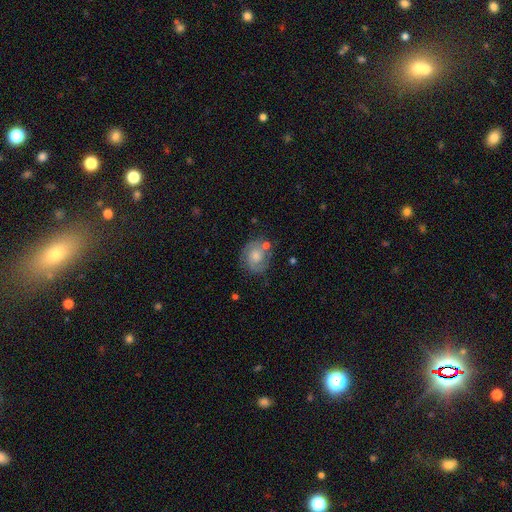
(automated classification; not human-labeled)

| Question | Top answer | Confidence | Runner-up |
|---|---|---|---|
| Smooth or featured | featured or disk | 59% | smooth (32%) |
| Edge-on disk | no | 97% | yes (3%) |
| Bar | no | 72% | weak (24%) |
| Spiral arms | yes | 87% | no (13%) |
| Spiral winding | tight | 47% | medium (40%) |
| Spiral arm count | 2 | 70% | can't tell (16%) |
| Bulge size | moderate | 43% | small (33%) |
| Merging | none | 64% | minor disturbance (19%) |